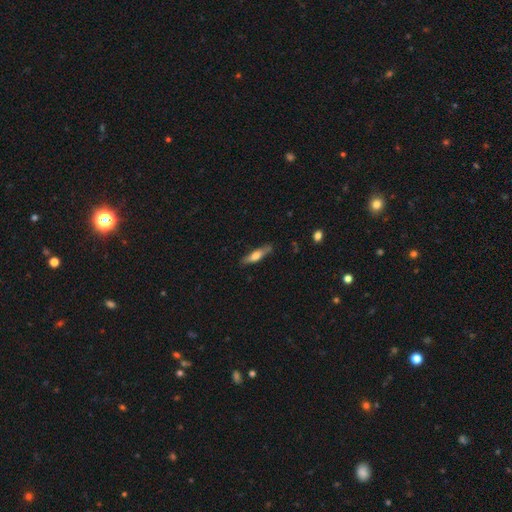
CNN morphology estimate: Smooth or featured?
  - smooth: 53% *
  - featured or disk: 41%
  - star or artifact: 6%
How rounded?
  - cigar-shaped: 75% *
  - in between: 22%
  - round: 2%
Merging?
  - none: 80% *
  - minor disturbance: 15%
  - major disturbance: 3%
  - merger: 2%